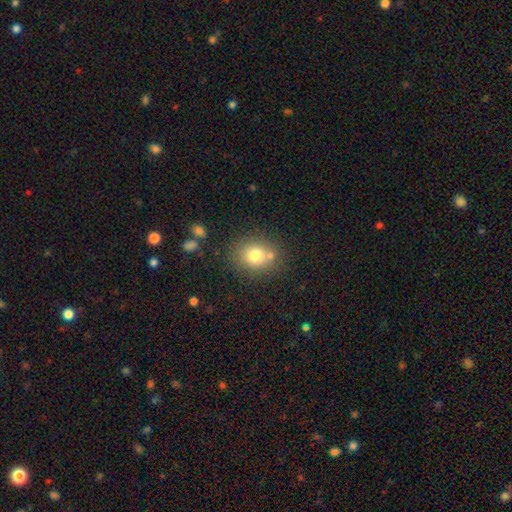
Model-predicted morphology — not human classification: Q: Smooth or featured?
A: smooth (76%); runner-up: star or artifact (12%)
Q: How rounded?
A: round (69%); runner-up: in between (30%)
Q: Merging?
A: none (70%); runner-up: merger (14%)